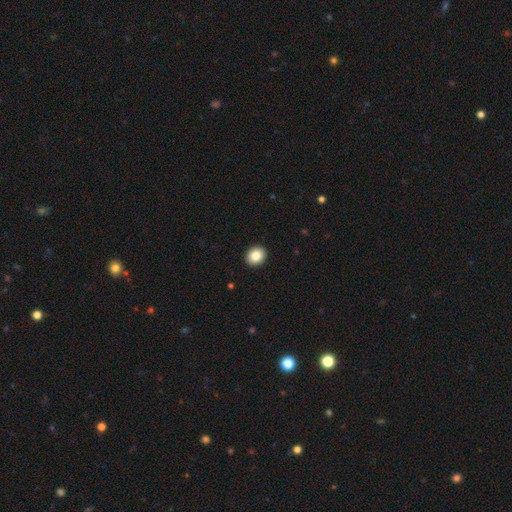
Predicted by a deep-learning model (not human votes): Overall: smooth (85%). How rounded: round (69%; in between 30%). Merging: none (93%).